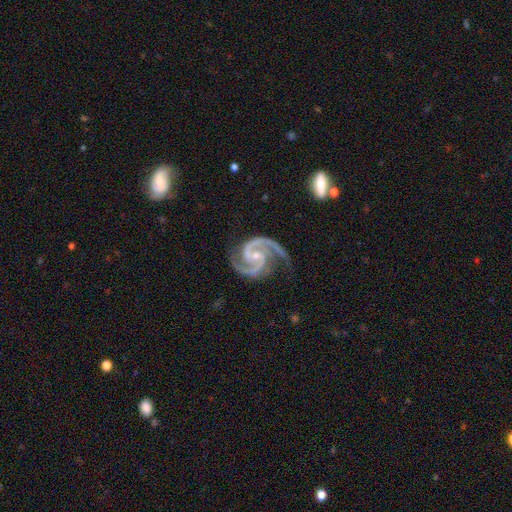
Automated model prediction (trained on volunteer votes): Smooth or featured: featured or disk — 95% (star or artifact — 4%)
Edge-on disk: no — 98% (yes — 2%)
Bar: no — 53% (weak — 34%)
Spiral arms: yes — 99% (no — 1%)
Spiral winding: medium — 62% (tight — 31%)
Spiral arm count: 2 — 91% (3 — 4%)
Bulge size: small — 64% (moderate — 32%)
Merging: none — 75% (minor disturbance — 17%)